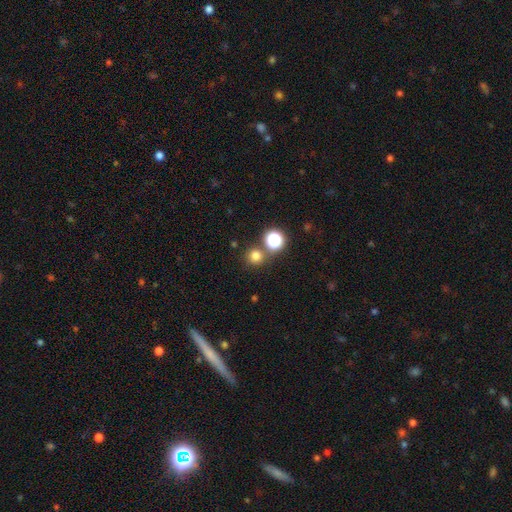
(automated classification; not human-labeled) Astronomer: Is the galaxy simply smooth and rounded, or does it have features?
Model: smooth — 74%.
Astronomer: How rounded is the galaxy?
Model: round — 93%.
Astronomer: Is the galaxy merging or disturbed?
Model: none — 78%.